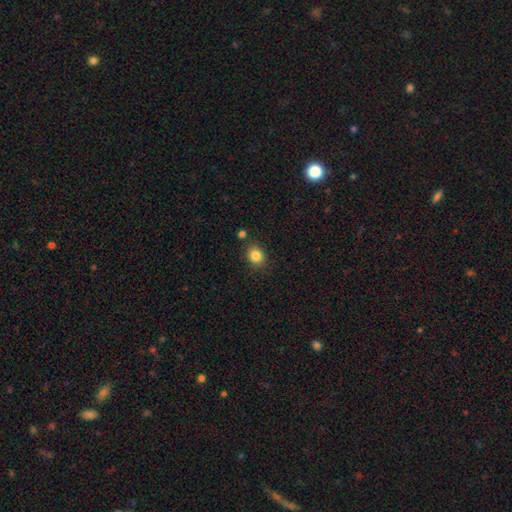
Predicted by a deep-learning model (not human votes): Q: Smooth or featured?
A: smooth (84%); runner-up: star or artifact (11%)
Q: How rounded?
A: round (66%); runner-up: in between (33%)
Q: Merging?
A: none (82%); runner-up: minor disturbance (10%)